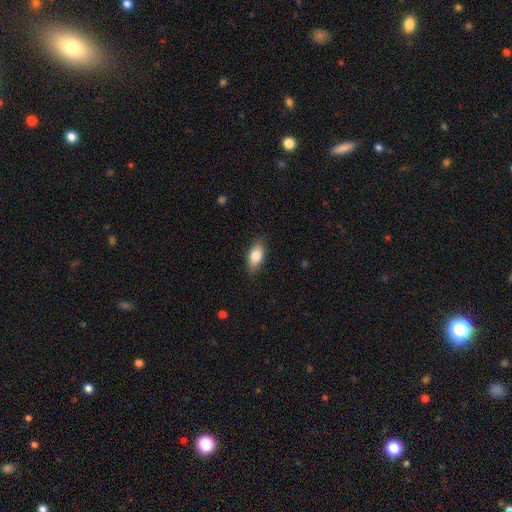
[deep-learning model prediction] Q: Smooth or featured?
A: smooth (82%); runner-up: featured or disk (12%)
Q: How rounded?
A: in between (87%); runner-up: cigar-shaped (8%)
Q: Merging?
A: none (84%); runner-up: minor disturbance (12%)